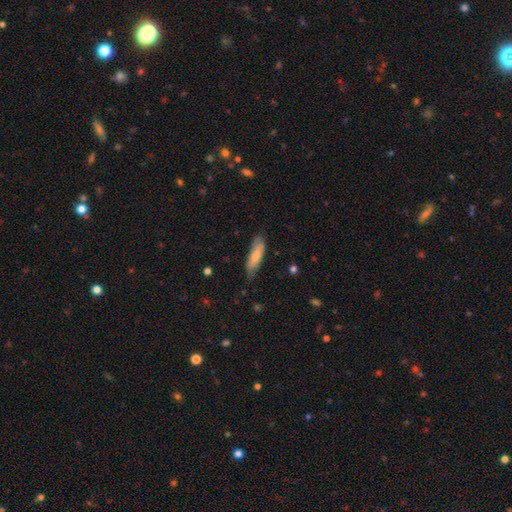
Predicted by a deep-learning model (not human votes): The model was most divided on "how rounded": cigar-shaped: 59%, in between: 40%, round: 2%. More confident: smooth or featured — smooth (73%); merging — none (72%).